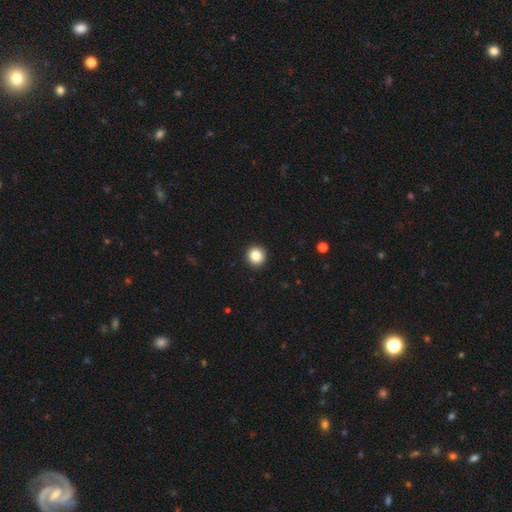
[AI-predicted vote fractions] A smooth galaxy with no disk features (85%) that is round (94%). Merging: none (93%).